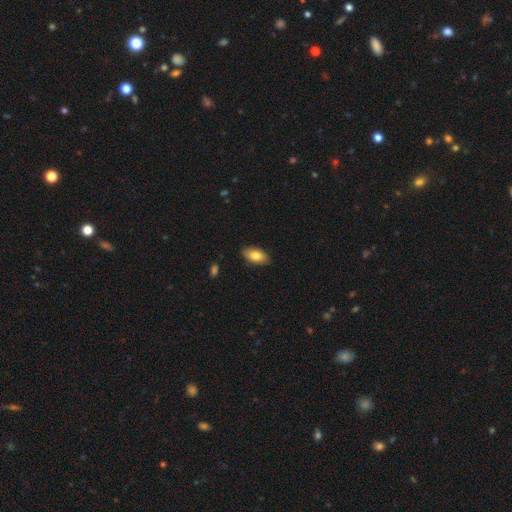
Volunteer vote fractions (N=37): Smooth or featured: smooth — 76% (featured or disk — 22%)
How rounded: in between — 96% (cigar-shaped — 4%)
Merging: none — 97% (minor disturbance — 3%)